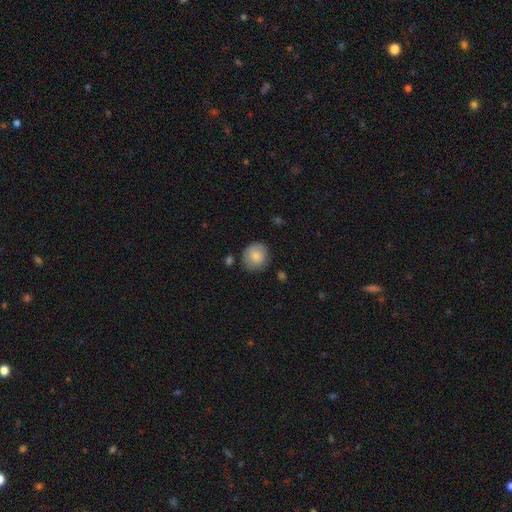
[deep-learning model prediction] Smooth or featured? smooth (83%)
How rounded? round (86%)
Merging? none (78%)